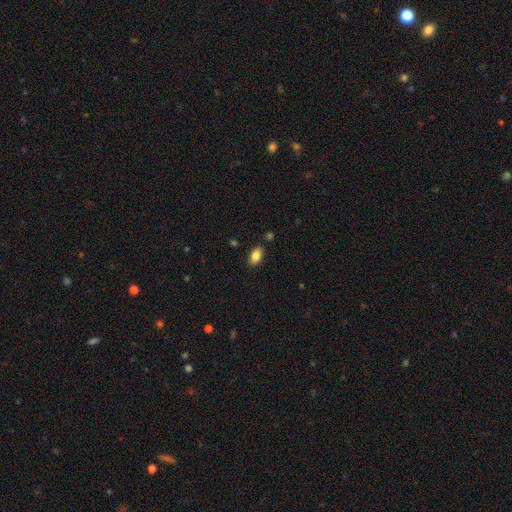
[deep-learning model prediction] smooth 86%, star or artifact 8%, featured or disk 6%. Down the decision tree: how rounded — in between (92%); merging — none (86%).